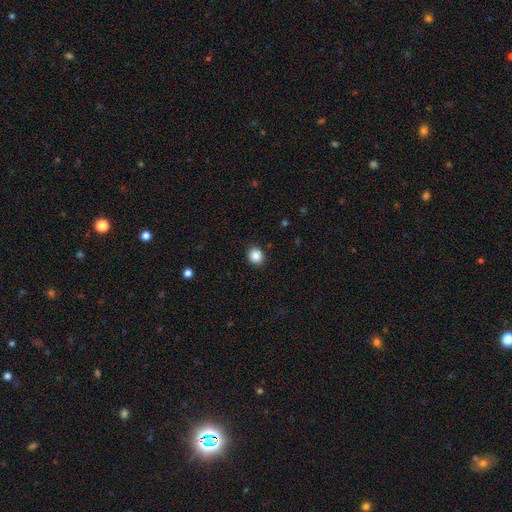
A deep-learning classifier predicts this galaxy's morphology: smooth-or-featured: smooth: 87% | star or artifact: 10% | featured or disk: 4%
  how-rounded: round: 76% | in between: 24% | cigar-shaped: 1%
  merging: none: 91% | minor disturbance: 6% | major disturbance: 2% | merger: 1%